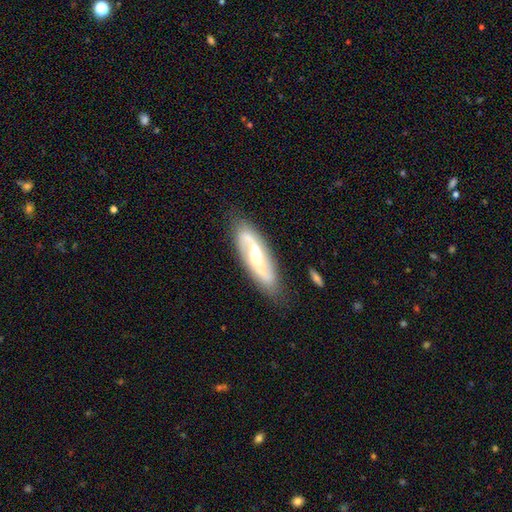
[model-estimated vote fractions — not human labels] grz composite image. It shows a featured or disk galaxy (84%) with a weak bar (46%), 2 (90%) loose (44%) spiral arms (96%) and a moderate central bulge (56%). Merging: none (81%).